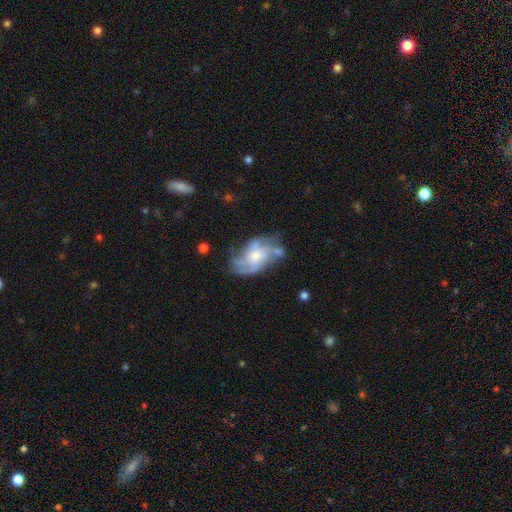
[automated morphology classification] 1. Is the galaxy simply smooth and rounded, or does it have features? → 76% featured or disk, 17% smooth, 7% star or artifact.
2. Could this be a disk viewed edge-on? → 97% no, 3% yes.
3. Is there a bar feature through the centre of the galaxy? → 73% no, 23% weak, 4% strong.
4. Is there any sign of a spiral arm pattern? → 86% yes, 14% no.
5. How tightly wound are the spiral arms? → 44% medium, 29% loose, 27% tight.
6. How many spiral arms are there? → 29% can't tell, 23% 3, 21% 4, 16% 2, 6% more than 4, 5% 1.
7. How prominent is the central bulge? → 44% moderate, 43% small, 7% large, 5% none, 1% dominant.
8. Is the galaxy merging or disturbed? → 51% none, 24% minor disturbance, 19% major disturbance, 6% merger.